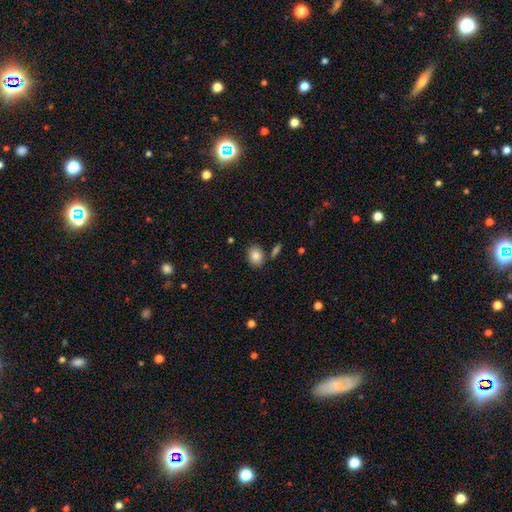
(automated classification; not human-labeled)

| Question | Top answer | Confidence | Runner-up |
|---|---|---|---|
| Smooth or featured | smooth | 85% | star or artifact (8%) |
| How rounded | in between | 62% | round (37%) |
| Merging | none | 80% | minor disturbance (11%) |